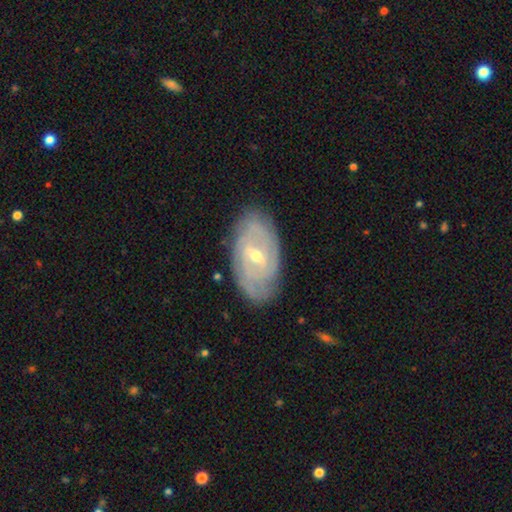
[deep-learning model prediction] This is likely a featured or disk galaxy (80%). It is clearly not viewed edge-on (94%). Bar: possibly weak (56%). Spiral arm pattern: clearly yes (87%). Spiral arm count: marginally can't tell (43%). Spiral winding: likely tight (69%). Central bulge: possibly small (51%). Merging: likely none (79%).